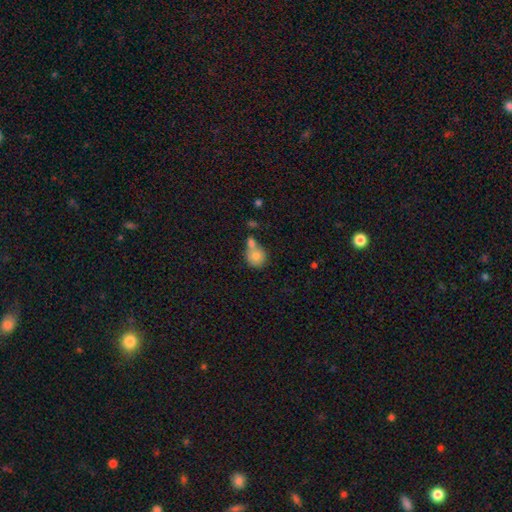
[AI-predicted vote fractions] smooth 77%, featured or disk 15%, star or artifact 9%. Down the decision tree: how rounded — round (84%); merging — merger (46%).